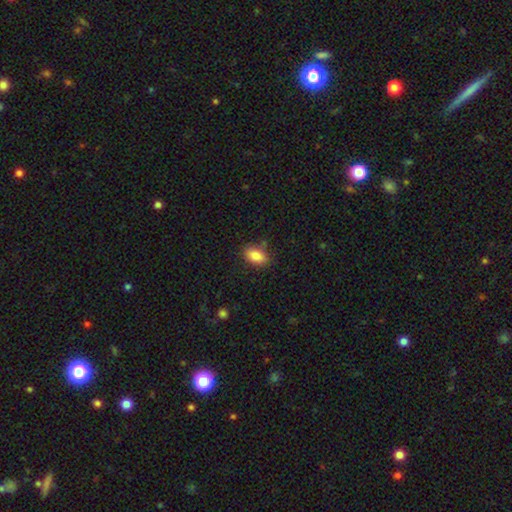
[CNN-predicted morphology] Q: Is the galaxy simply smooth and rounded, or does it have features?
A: smooth — 85%.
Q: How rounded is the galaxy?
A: in between — 89%.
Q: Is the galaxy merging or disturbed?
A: none — 79%.